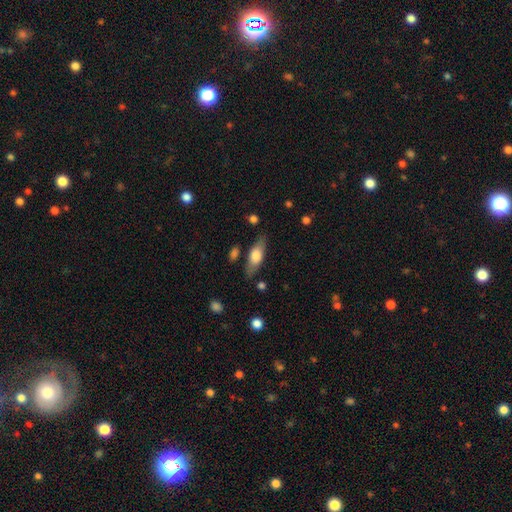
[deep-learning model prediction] Smooth or featured? smooth (61%)
How rounded? in between (66%)
Merging? none (77%)